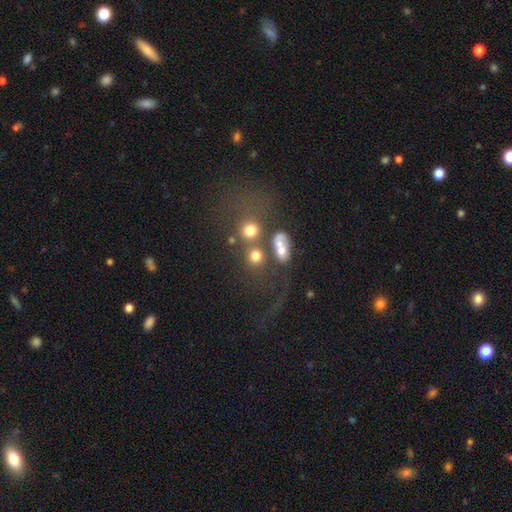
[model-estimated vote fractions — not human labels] This is likely a smooth galaxy (74%). How rounded: clearly round (81%). Merging: marginally none (44%).